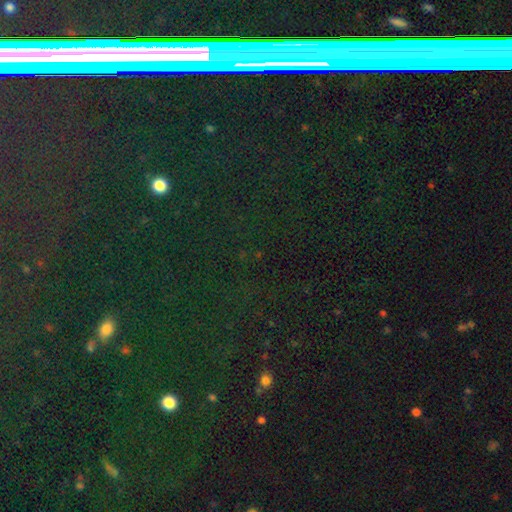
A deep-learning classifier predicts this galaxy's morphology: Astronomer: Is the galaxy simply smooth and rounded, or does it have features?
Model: star or artifact — 76%.